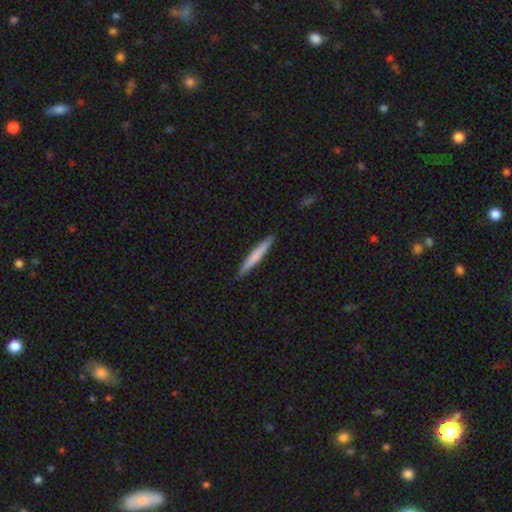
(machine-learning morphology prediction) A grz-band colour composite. It shows a smooth galaxy with no disk features (69%) that is cigar-shaped (96%). Merging: none (92%).